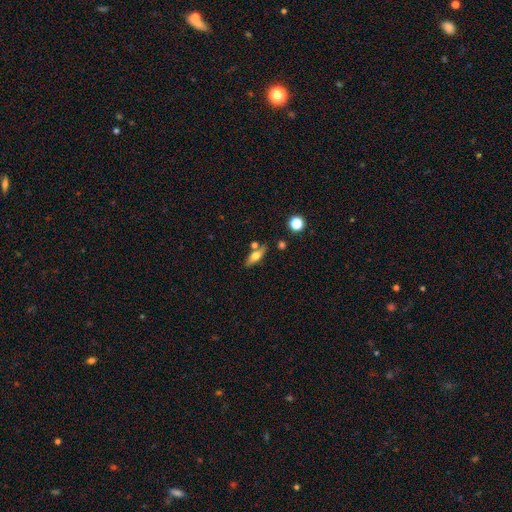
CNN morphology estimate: Smooth or featured?
  - smooth: 58% *
  - featured or disk: 34%
  - star or artifact: 8%
How rounded?
  - in between: 59% *
  - cigar-shaped: 36%
  - round: 4%
Merging?
  - none: 70% *
  - minor disturbance: 14%
  - merger: 12%
  - major disturbance: 4%